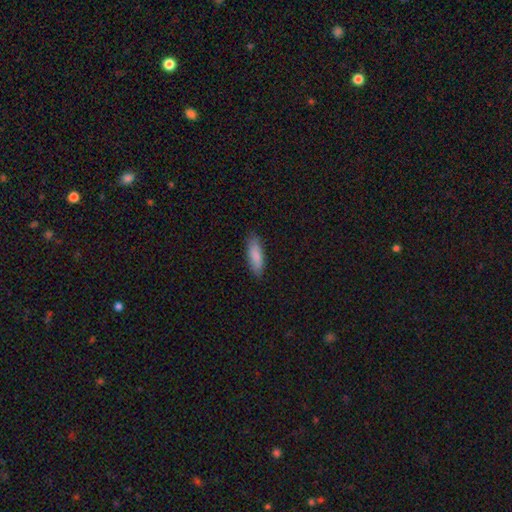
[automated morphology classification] This appears to be a smooth galaxy with no disk features (87%) that is in between round and cigar-shaped (53%). Merging: none (85%).